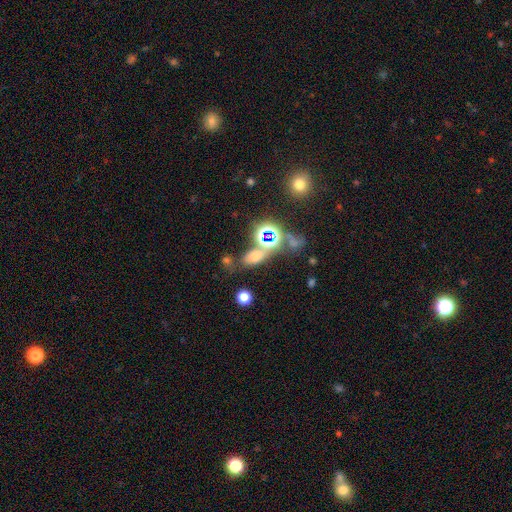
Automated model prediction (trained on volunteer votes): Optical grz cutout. It shows a smooth galaxy with no disk features (49%). Merging: none (59%).